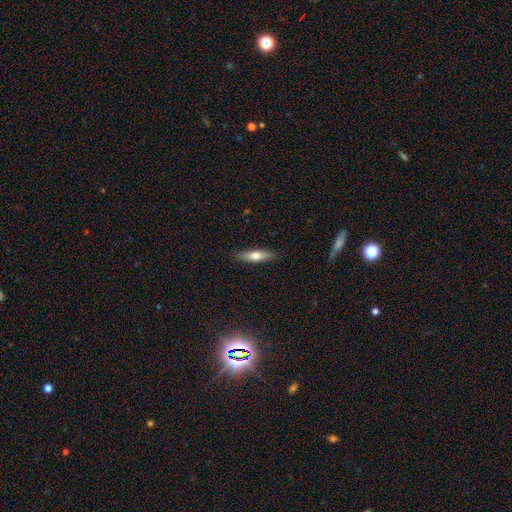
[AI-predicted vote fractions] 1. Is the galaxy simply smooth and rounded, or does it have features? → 67% smooth, 27% featured or disk, 6% star or artifact.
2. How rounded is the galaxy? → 64% cigar-shaped, 34% in between, 2% round.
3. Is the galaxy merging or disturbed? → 88% none, 9% minor disturbance, 2% major disturbance, 1% merger.